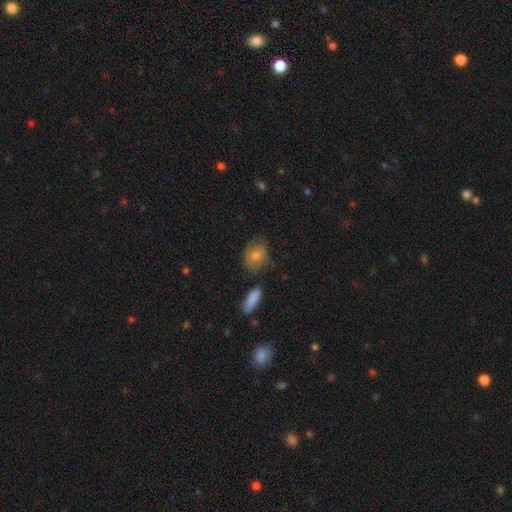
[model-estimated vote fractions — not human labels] smooth 77%, featured or disk 15%, star or artifact 8%. Down the decision tree: how rounded — in between (55%); merging — none (63%).